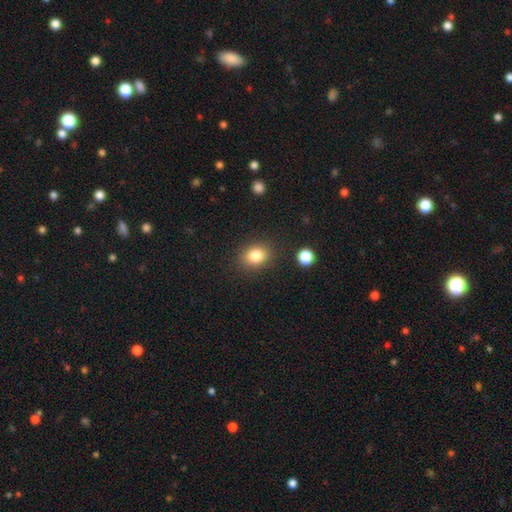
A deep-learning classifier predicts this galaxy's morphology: The model was most divided on "how rounded": in between: 52%, round: 47%, cigar-shaped: 1%. More confident: merging — none (85%); smooth or featured — smooth (83%).